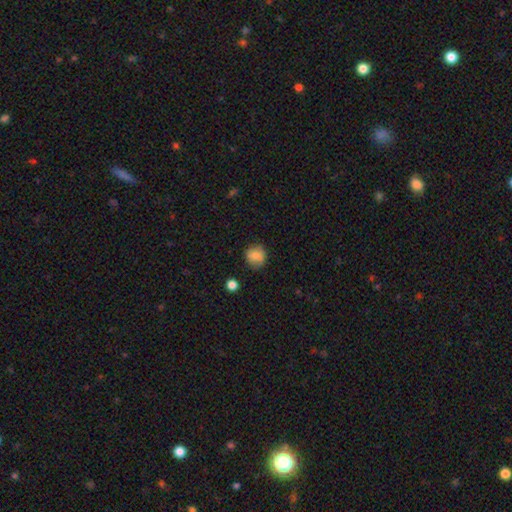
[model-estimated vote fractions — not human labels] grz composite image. It shows a smooth galaxy with no disk features (81%) that is round (79%). Merging: none (80%).